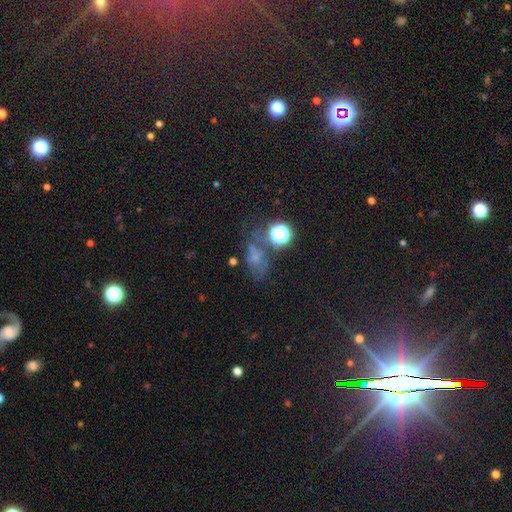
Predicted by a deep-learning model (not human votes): smooth-or-featured: smooth: 39% | star or artifact: 37% | featured or disk: 24%
  merging: none: 45% | minor disturbance: 22% | major disturbance: 21% | merger: 12%